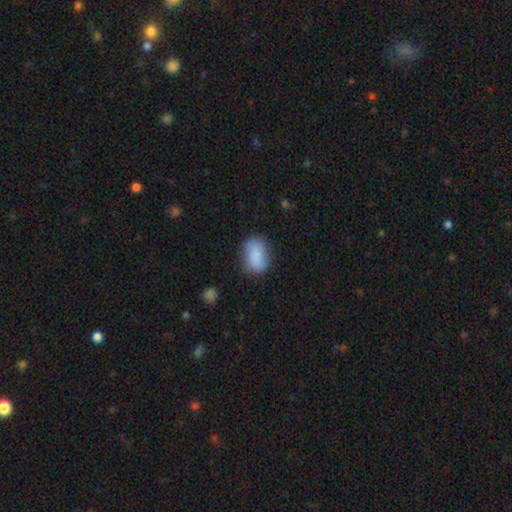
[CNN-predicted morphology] This appears to be a smooth galaxy with no disk features (85%) that is in between round and cigar-shaped (76%). Merging: none (72%).